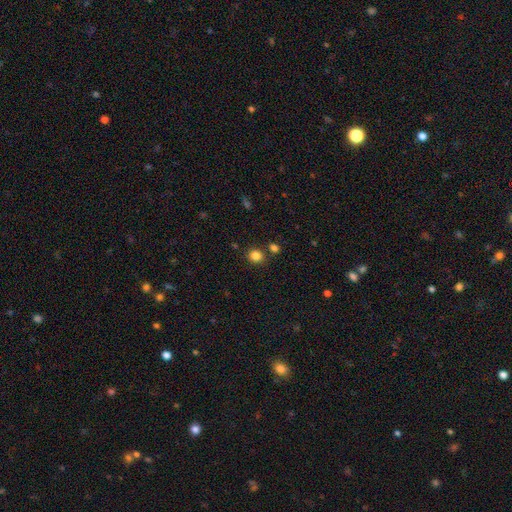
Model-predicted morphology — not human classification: smooth 83%, star or artifact 12%, featured or disk 4%. Down the decision tree: how rounded — round (74%); merging — none (81%).